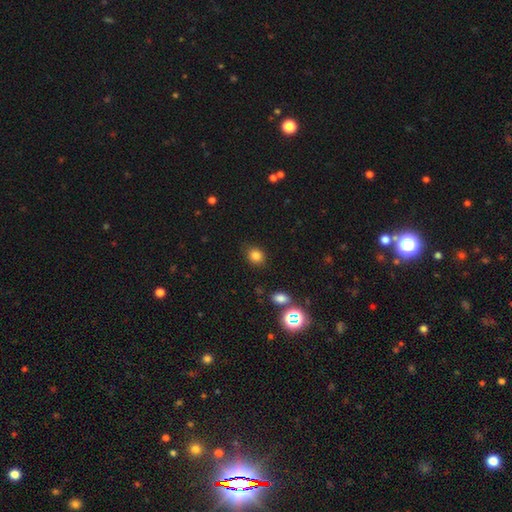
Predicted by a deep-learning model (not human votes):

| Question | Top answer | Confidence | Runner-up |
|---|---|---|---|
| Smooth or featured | smooth | 82% | star or artifact (13%) |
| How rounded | round | 64% | in between (35%) |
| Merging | none | 83% | minor disturbance (12%) |